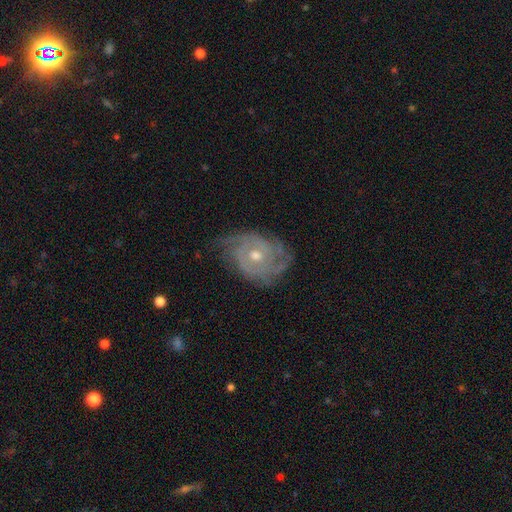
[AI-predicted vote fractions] Smooth or featured?
  - featured or disk: 85% *
  - smooth: 9%
  - star or artifact: 6%
Edge-on disk?
  - no: 96% *
  - yes: 4%
Bar?
  - no: 78% *
  - weak: 19%
  - strong: 4%
Spiral arms?
  - yes: 93% *
  - no: 7%
Spiral winding?
  - tight: 66% *
  - medium: 27%
  - loose: 7%
Spiral arm count?
  - can't tell: 29% *
  - 3: 25%
  - 2: 25%
  - 4: 10%
  - 1: 6%
  - more than 4: 6%
Bulge size?
  - moderate: 69% *
  - small: 27%
  - large: 2%
  - none: 1%
  - dominant: 1%
Merging?
  - none: 66% *
  - minor disturbance: 23%
  - major disturbance: 9%
  - merger: 1%